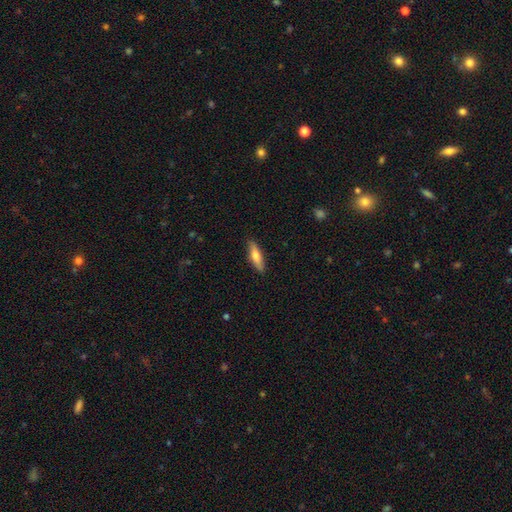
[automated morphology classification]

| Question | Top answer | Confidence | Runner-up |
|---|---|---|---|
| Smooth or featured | smooth | 69% | featured or disk (25%) |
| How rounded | cigar-shaped | 67% | in between (31%) |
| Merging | none | 87% | minor disturbance (10%) |